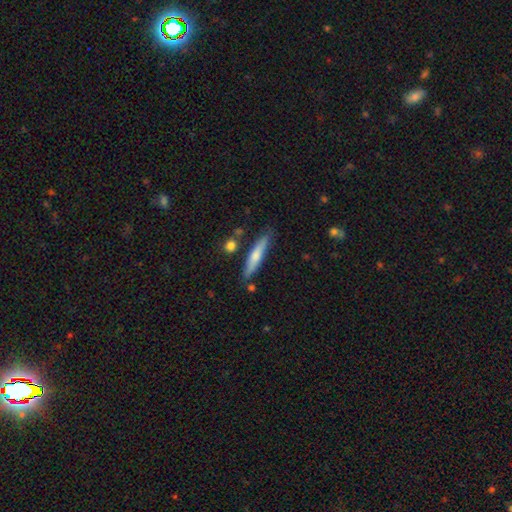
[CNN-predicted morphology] smooth_or_featured: smooth (p=0.61) [alt: featured or disk p=0.33]
how_rounded: cigar-shaped (p=0.89) [alt: in between p=0.09]
merging: none (p=0.81) [alt: minor disturbance p=0.12]